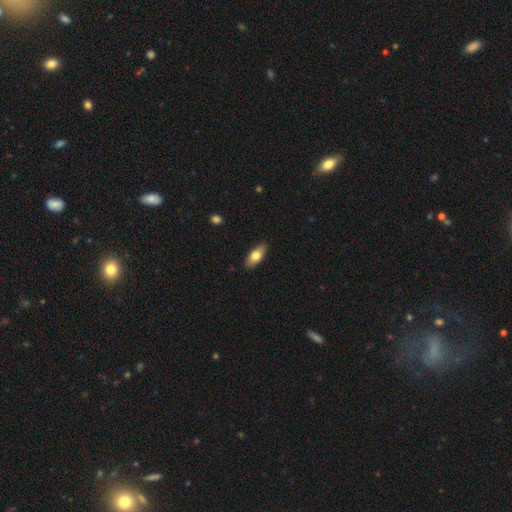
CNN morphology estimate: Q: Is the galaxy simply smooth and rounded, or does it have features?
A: smooth — 75%.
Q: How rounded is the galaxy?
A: in between — 83%.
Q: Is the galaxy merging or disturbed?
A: none — 87%.